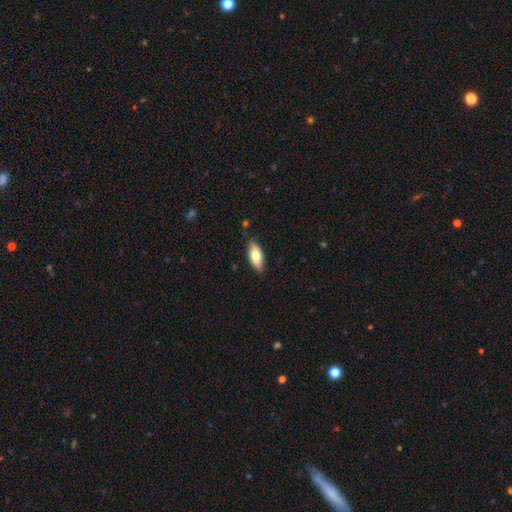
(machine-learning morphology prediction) Smooth or featured? Predicted: smooth (p=0.73). How rounded? Predicted: in between (p=0.83). Merging? Predicted: none (p=0.84).